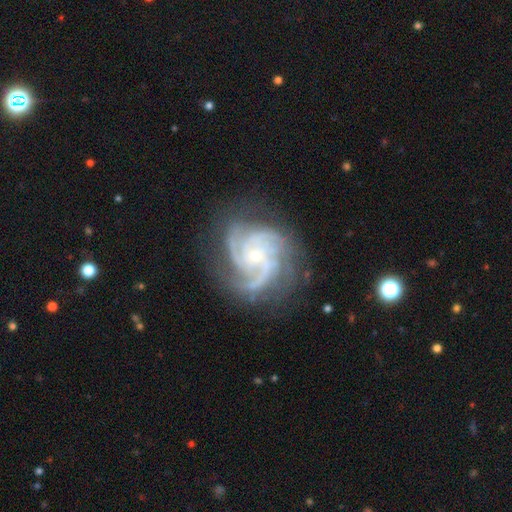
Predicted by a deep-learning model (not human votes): smooth-or-featured: featured or disk: 91% | star or artifact: 6% | smooth: 4%
  disk-edge-on: no: 98% | yes: 2%
    bar: no: 73% | weak: 21% | strong: 6%
    has-spiral-arms: yes: 98% | no: 2%
      spiral-winding: tight: 50% | medium: 42% | loose: 7%
      spiral-arm-count: 3: 41% | 4: 33% | can't tell: 8% | 2: 7% | more than 4: 6% | 1: 5%
    bulge-size: small: 77% | moderate: 20% | none: 2% | large: 1% | dominant: 1%
  merging: none: 71% | minor disturbance: 18% | major disturbance: 9% | merger: 1%